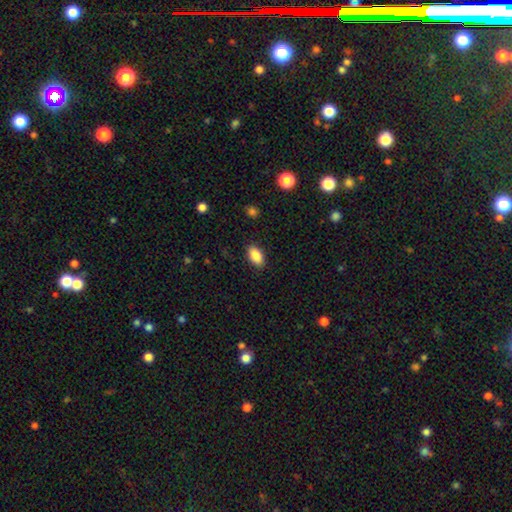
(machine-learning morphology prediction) Smooth or featured: smooth — 87% (star or artifact — 8%)
How rounded: in between — 92% (round — 4%)
Merging: none — 88% (minor disturbance — 9%)